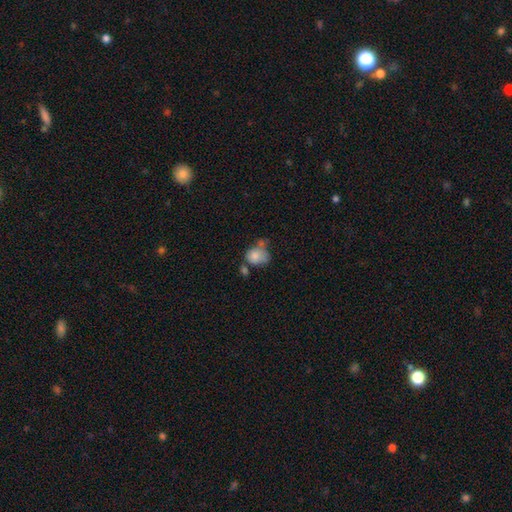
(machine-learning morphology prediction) The model was most divided on "merging": none: 33%, merger: 28%, minor disturbance: 25%, major disturbance: 14%. More confident: smooth or featured — smooth (78%); how rounded — round (53%).